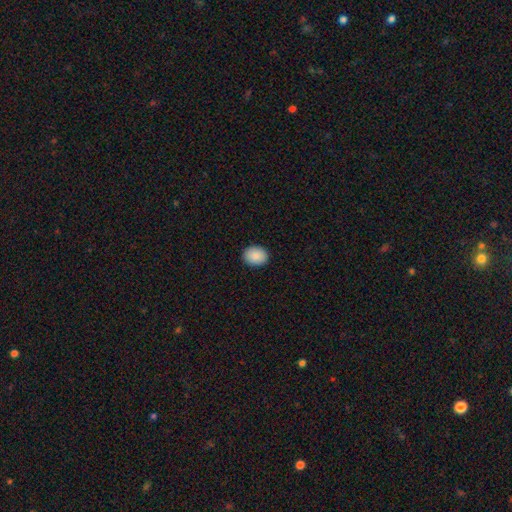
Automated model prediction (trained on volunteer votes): The model was most divided on "how rounded": in between: 55%, round: 44%, cigar-shaped: 1%. More confident: merging — none (91%); smooth or featured — smooth (90%).